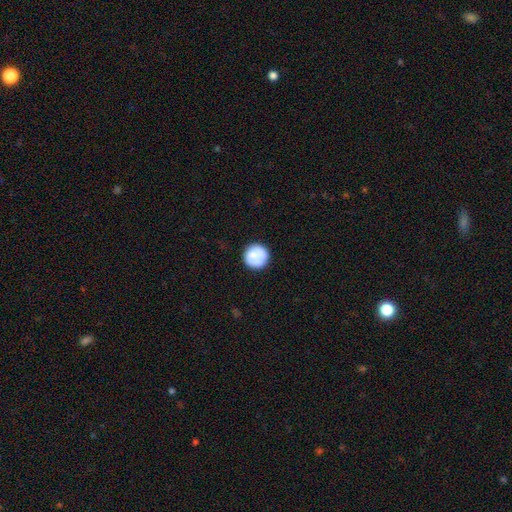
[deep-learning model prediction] A smooth galaxy with no disk features (71%) that is round (93%).

Vote fractions:
- Smooth or featured? smooth: 71% / featured or disk: 22% / star or artifact: 7%
- How rounded? round: 93% / in between: 6% / cigar-shaped: 1%
- Merging? none: 78% / minor disturbance: 15% / major disturbance: 4% / merger: 3%